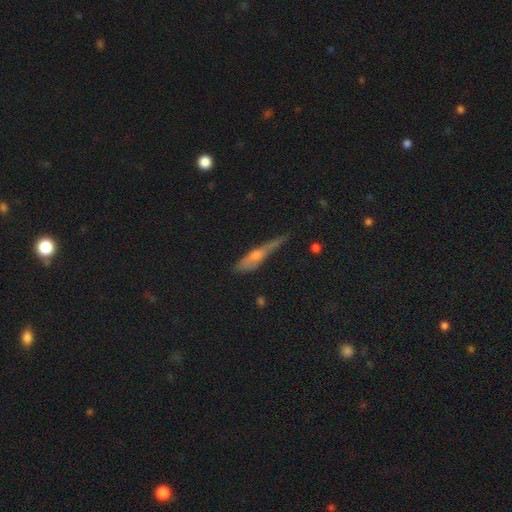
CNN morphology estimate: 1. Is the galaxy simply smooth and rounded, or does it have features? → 46% smooth, 42% featured or disk, 12% star or artifact.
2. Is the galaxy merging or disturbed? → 48% none, 33% minor disturbance, 15% major disturbance, 4% merger.